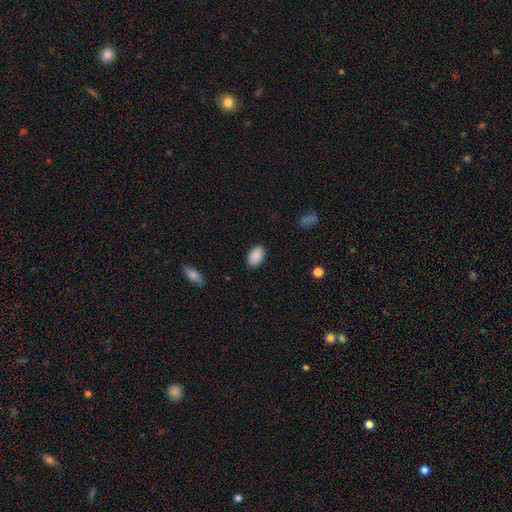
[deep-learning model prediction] smooth_or_featured: smooth (p=0.90) [alt: star or artifact p=0.07]
how_rounded: in between (p=0.91) [alt: round p=0.08]
merging: none (p=0.87) [alt: minor disturbance p=0.09]